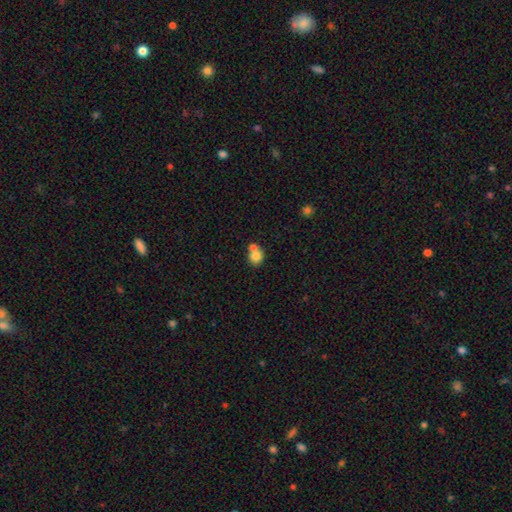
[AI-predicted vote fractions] This appears to be a smooth galaxy with no disk features (79%) that is round (74%). Merging: merger (49%).